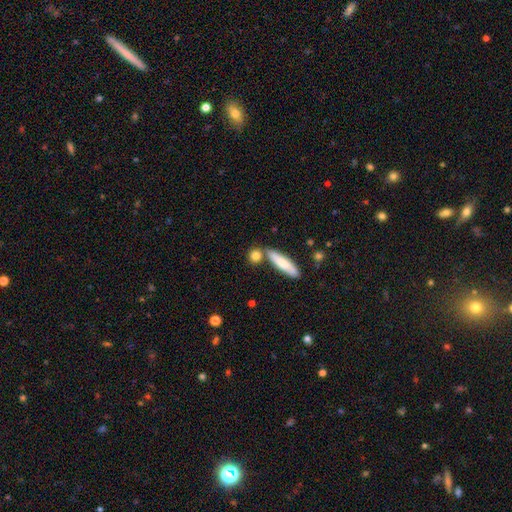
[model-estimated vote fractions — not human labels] The model was most divided on "how rounded": round: 60%, in between: 20%, cigar-shaped: 20%. More confident: smooth or featured — smooth (81%); merging — none (70%).